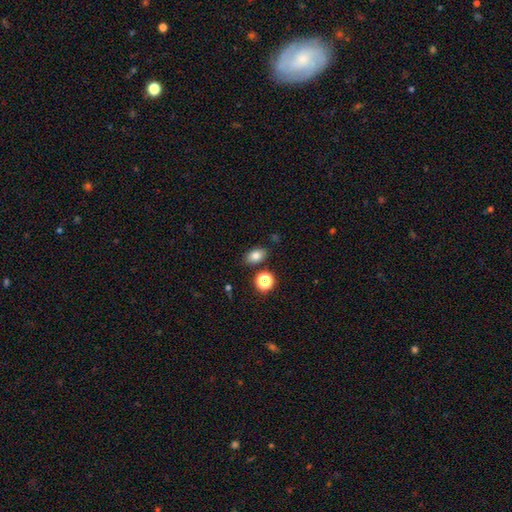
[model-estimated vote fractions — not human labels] The model was most divided on "smooth or featured": smooth: 77%, star or artifact: 13%, featured or disk: 10%. More confident: how rounded — in between (81%); merging — none (81%).